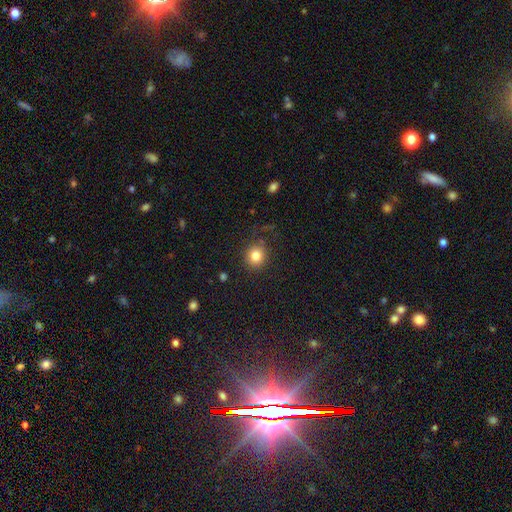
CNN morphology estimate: smooth 83%, star or artifact 11%, featured or disk 6%. Down the decision tree: how rounded — round (87%); merging — none (86%).